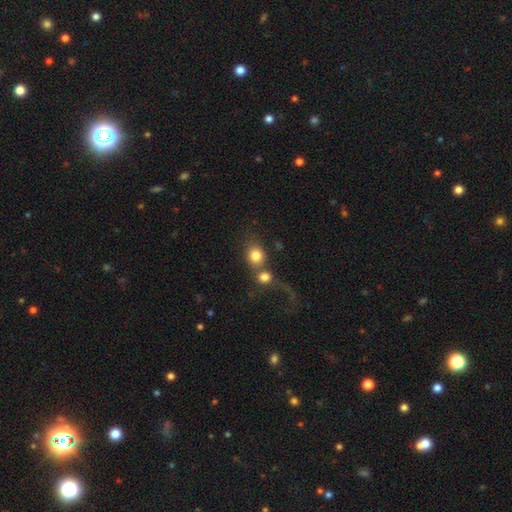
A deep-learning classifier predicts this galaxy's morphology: smooth-or-featured: smooth: 78% | featured or disk: 12% | star or artifact: 9%
  how-rounded: round: 75% | in between: 24% | cigar-shaped: 1%
  merging: merger: 52% | none: 29% | major disturbance: 11% | minor disturbance: 7%